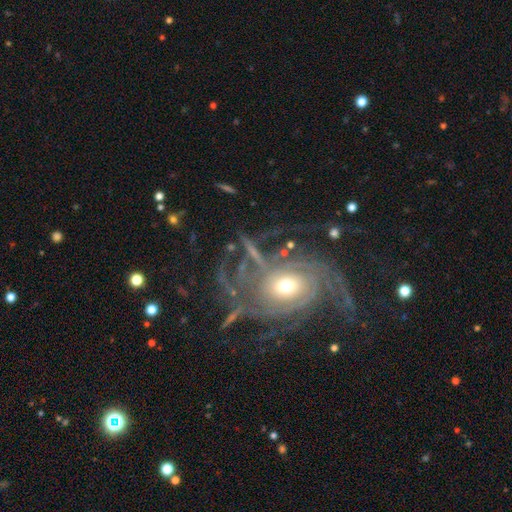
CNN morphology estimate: A featured or disk galaxy (86%) with no bar (72%), tight (53%) spiral arms (94%) and a moderate central bulge (58%). Merging: none (54%).